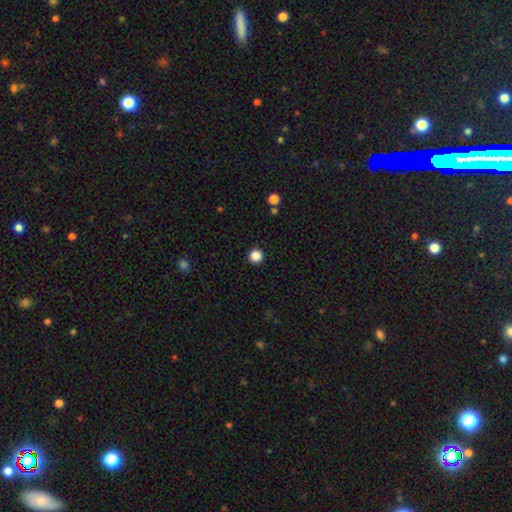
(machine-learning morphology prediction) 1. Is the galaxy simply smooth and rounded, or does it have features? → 86% smooth, 11% star or artifact, 3% featured or disk.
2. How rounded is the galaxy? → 96% round, 3% in between, 1% cigar-shaped.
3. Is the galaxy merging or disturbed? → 93% none, 4% minor disturbance, 2% major disturbance, 1% merger.